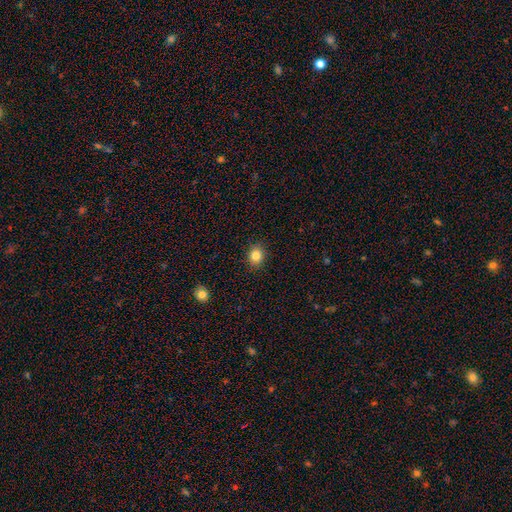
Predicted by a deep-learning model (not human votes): A smooth galaxy with no disk features (84%) that is round (67%).

Vote fractions:
- Smooth or featured? smooth: 84% / star or artifact: 11% / featured or disk: 6%
- How rounded? round: 67% / in between: 32% / cigar-shaped: 1%
- Merging? none: 90% / minor disturbance: 7% / major disturbance: 2% / merger: 1%